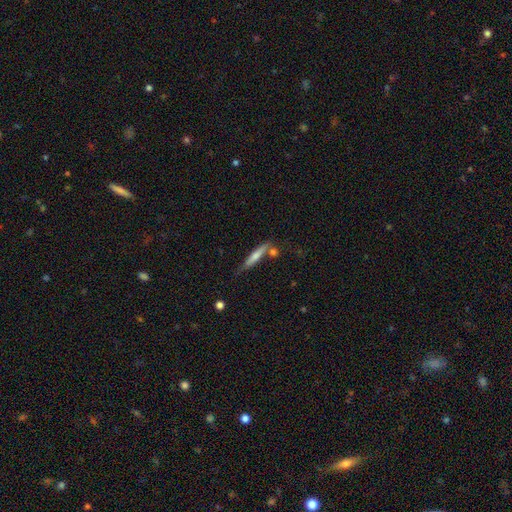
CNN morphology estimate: This appears to be a smooth galaxy with no disk features (56%) that is cigar-shaped (90%). Merging: none (65%).